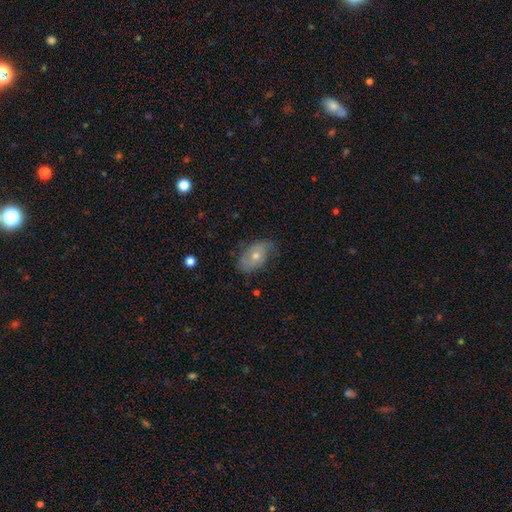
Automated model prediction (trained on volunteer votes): The model was most divided on "smooth or featured": featured or disk: 50%, smooth: 40%, star or artifact: 10%. More confident: edge-on disk — no (91%); merging — none (68%).